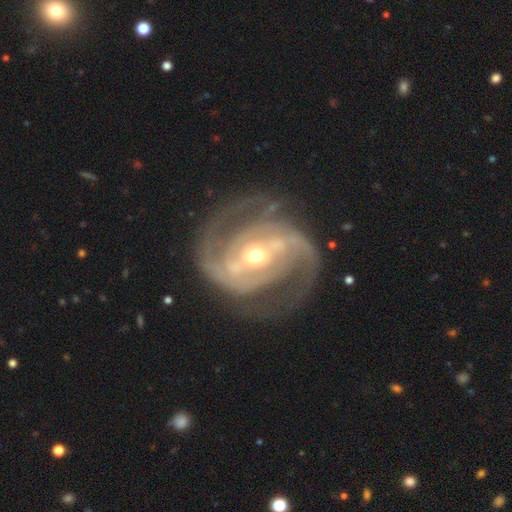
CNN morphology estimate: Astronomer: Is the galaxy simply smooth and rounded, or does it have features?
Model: featured or disk — 92%.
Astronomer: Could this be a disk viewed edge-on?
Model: no — 97%.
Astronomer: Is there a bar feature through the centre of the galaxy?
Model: strong — 49% (runner-up: weak, 34%).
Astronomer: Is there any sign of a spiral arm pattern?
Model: yes — 98%.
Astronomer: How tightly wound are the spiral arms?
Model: medium — 50% (runner-up: tight, 39%).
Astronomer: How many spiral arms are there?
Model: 2 — 64%.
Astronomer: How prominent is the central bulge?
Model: moderate — 52% (runner-up: small, 44%).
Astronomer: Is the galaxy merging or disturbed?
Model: none — 73%.